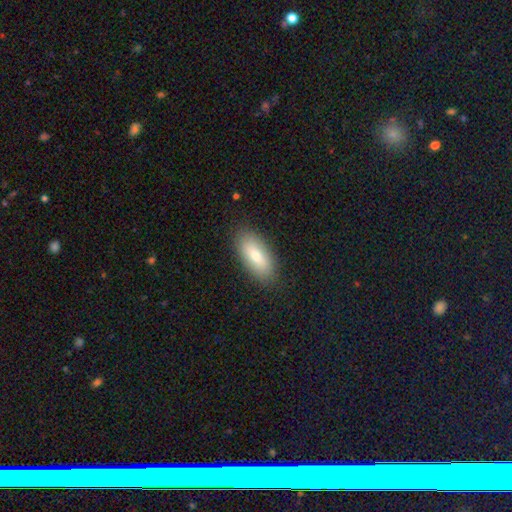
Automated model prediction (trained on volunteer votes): smooth_or_featured: smooth (p=0.78) [alt: featured or disk p=0.16]
how_rounded: in between (p=0.86) [alt: cigar-shaped p=0.12]
merging: none (p=0.86) [alt: minor disturbance p=0.10]